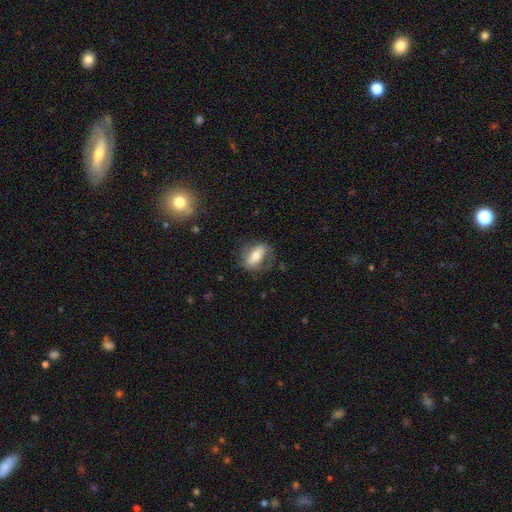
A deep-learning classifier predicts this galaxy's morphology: smooth-or-featured: smooth: 53% | featured or disk: 39% | star or artifact: 7%
  how-rounded: in between: 79% | round: 12% | cigar-shaped: 10%
  merging: none: 66% | minor disturbance: 21% | major disturbance: 11% | merger: 2%